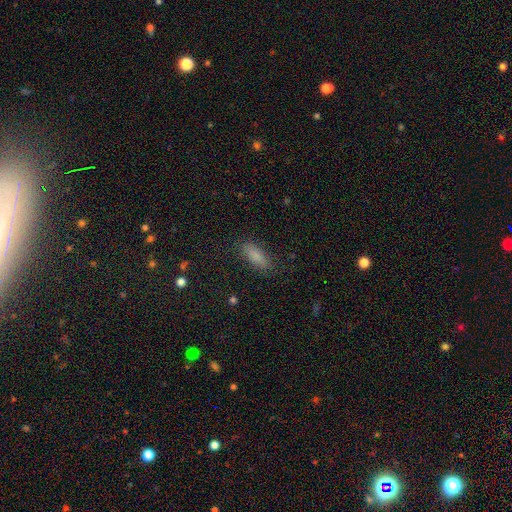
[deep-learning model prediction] The model was most divided on "how rounded": in between: 63%, cigar-shaped: 35%, round: 2%. More confident: smooth or featured — smooth (83%); merging — none (83%).